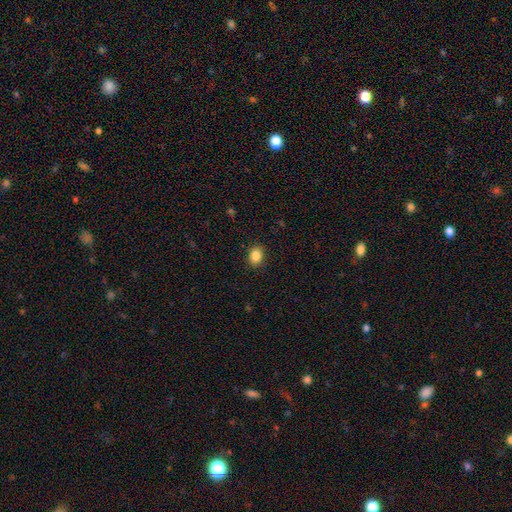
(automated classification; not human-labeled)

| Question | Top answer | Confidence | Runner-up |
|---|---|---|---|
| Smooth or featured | smooth | 86% | star or artifact (9%) |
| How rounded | in between | 63% | round (36%) |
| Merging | none | 90% | minor disturbance (7%) |